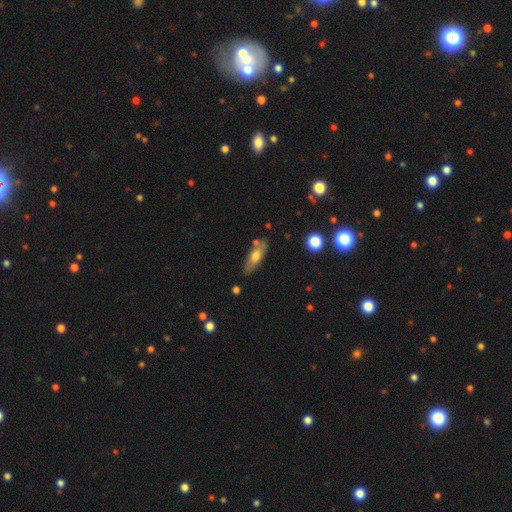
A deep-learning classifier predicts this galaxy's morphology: This appears to be a smooth galaxy with no disk features (59%) that is in between round and cigar-shaped (59%). Merging: none (76%).